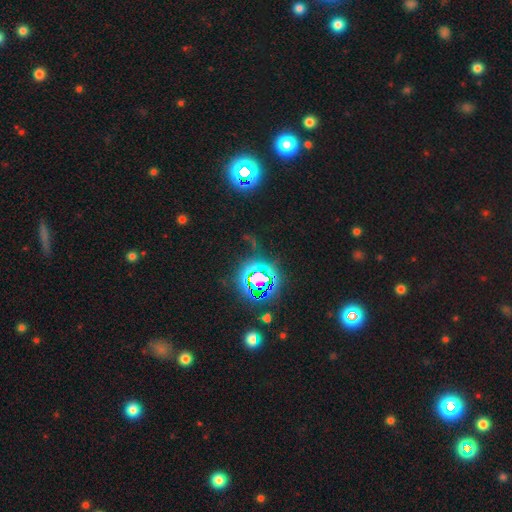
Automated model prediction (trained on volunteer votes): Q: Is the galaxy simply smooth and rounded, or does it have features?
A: star or artifact — 80%.